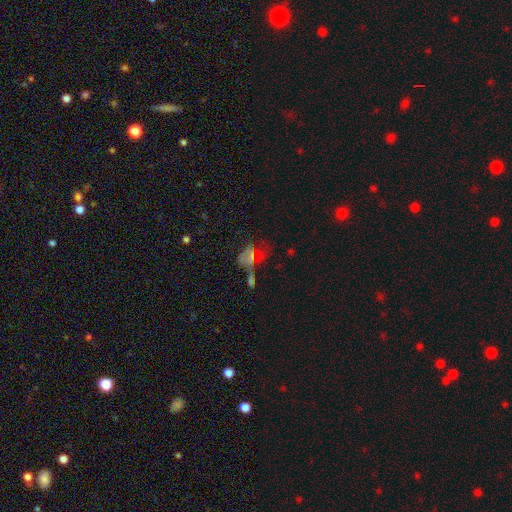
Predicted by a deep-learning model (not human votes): This appears to be a smooth galaxy with no disk features (40%). Merging: none (35%).